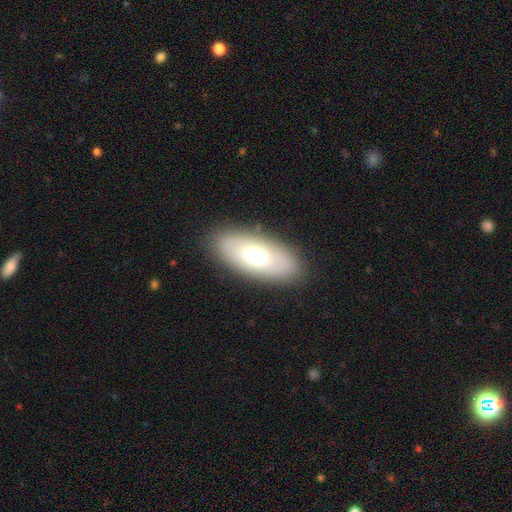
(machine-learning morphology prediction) Smooth or featured: smooth — 62% (featured or disk — 31%)
How rounded: in between — 89% (cigar-shaped — 8%)
Merging: none — 86% (minor disturbance — 9%)